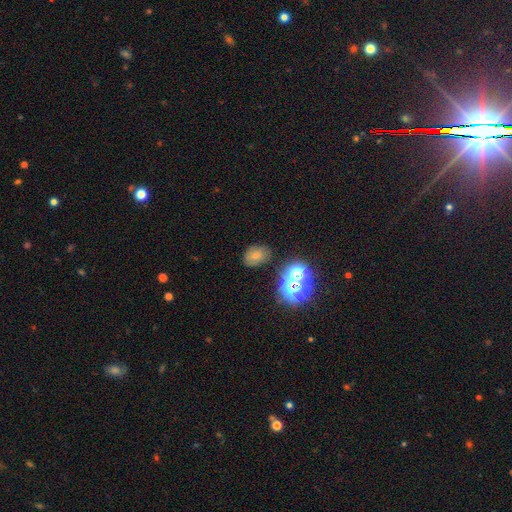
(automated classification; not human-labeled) The model was most divided on "smooth or featured": smooth: 60%, star or artifact: 25%, featured or disk: 16%. More confident: merging — none (76%); how rounded — in between (69%).